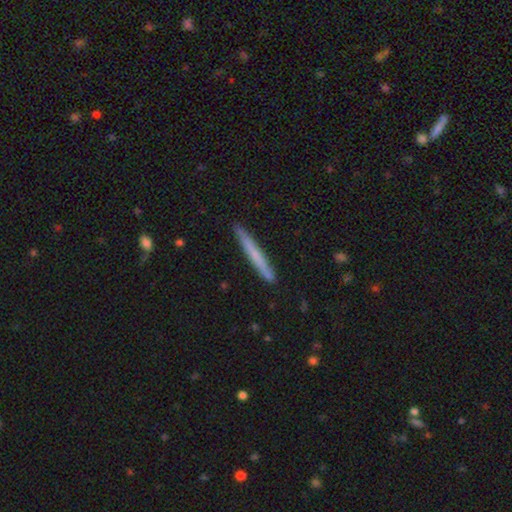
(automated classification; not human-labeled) Overall: smooth (60%; featured or disk 34%). How rounded: cigar-shaped (97%). Merging: none (90%).